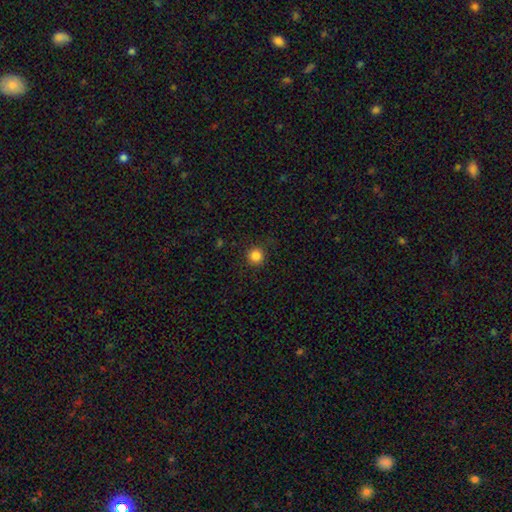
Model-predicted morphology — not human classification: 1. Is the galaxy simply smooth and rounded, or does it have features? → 85% smooth, 11% star or artifact, 4% featured or disk.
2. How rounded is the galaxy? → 95% round, 4% in between, 1% cigar-shaped.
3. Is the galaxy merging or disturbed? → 90% none, 7% minor disturbance, 2% major disturbance, 1% merger.